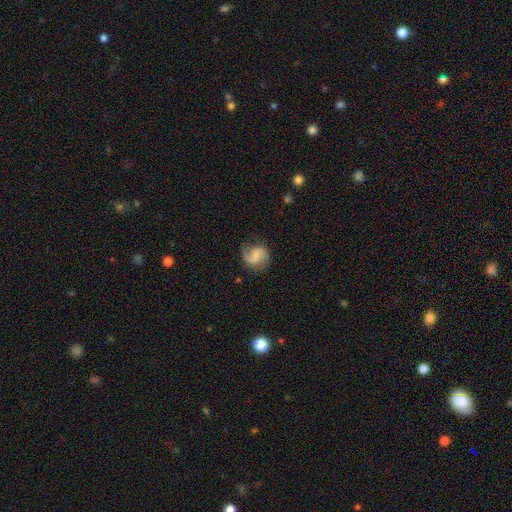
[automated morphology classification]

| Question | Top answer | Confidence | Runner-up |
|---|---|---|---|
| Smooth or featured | featured or disk | 71% | smooth (22%) |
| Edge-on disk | no | 98% | yes (2%) |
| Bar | weak | 51% | no (34%) |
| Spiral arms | yes | 94% | no (6%) |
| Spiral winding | medium | 44% | loose (41%) |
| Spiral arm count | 2 | 75% | 1 (19%) |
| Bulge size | small | 39% | none (35%) |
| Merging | none | 70% | minor disturbance (19%) |